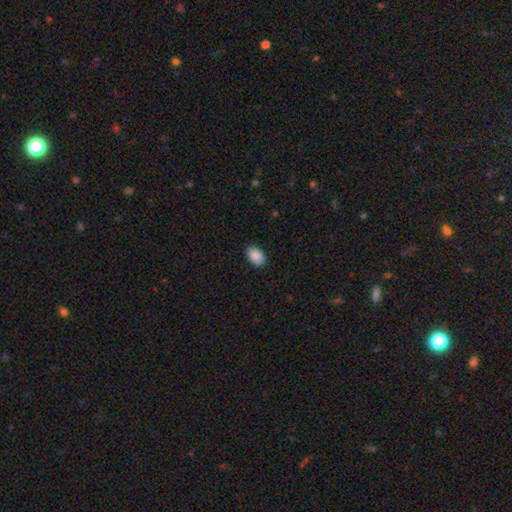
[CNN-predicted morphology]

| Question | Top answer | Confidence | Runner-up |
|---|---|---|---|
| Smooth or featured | smooth | 90% | star or artifact (7%) |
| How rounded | in between | 91% | round (8%) |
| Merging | none | 87% | minor disturbance (10%) |